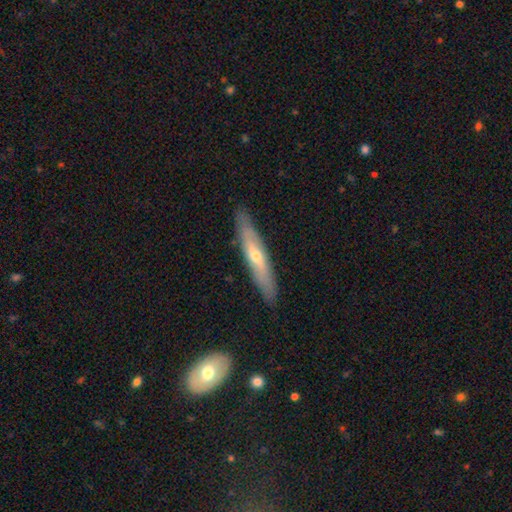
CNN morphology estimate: type=featured or disk (57%); edge-on=yes (75%); merging=none (87%).